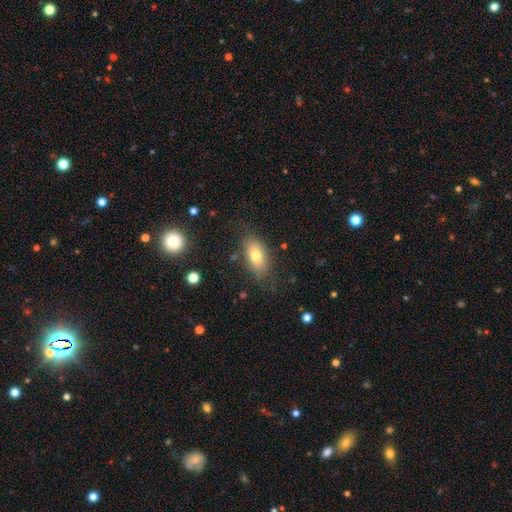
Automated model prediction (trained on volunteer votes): Smooth or featured: smooth — 74% (featured or disk — 17%)
How rounded: in between — 87% (round — 9%)
Merging: none — 77% (minor disturbance — 15%)